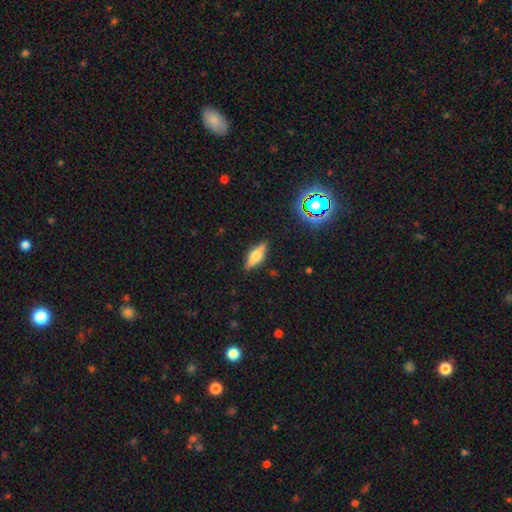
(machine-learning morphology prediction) Q: Smooth or featured?
A: featured or disk (50%); runner-up: smooth (41%)
Q: Merging?
A: none (87%); runner-up: minor disturbance (10%)